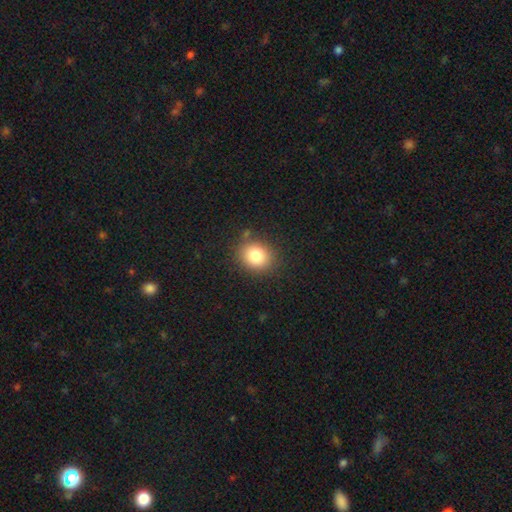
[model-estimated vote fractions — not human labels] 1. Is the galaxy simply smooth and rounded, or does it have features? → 82% smooth, 11% star or artifact, 7% featured or disk.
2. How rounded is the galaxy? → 70% round, 29% in between, 1% cigar-shaped.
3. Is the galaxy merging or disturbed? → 85% none, 10% minor disturbance, 3% major disturbance, 2% merger.